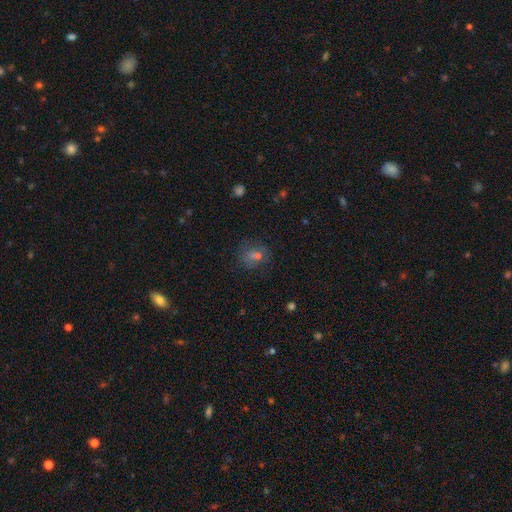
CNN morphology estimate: smooth_or_featured: smooth (p=0.56) [alt: star or artifact p=0.27]
how_rounded: round (p=0.70) [alt: in between p=0.28]
merging: none (p=0.76) [alt: minor disturbance p=0.15]